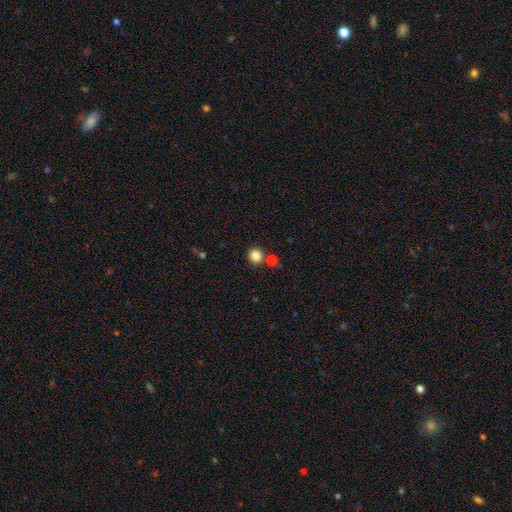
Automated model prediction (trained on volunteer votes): Smooth or featured: smooth — 84% (star or artifact — 11%)
How rounded: round — 85% (in between — 14%)
Merging: none — 77% (merger — 12%)